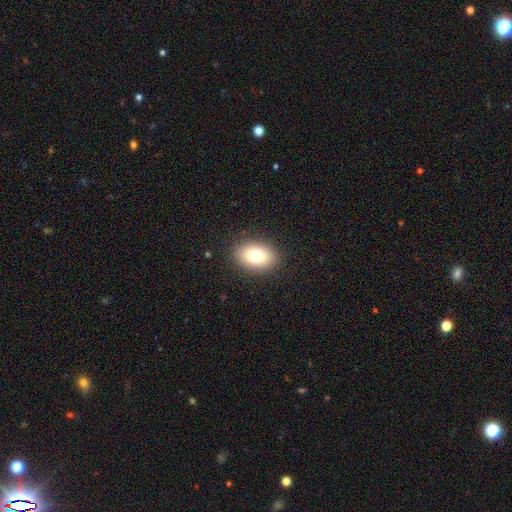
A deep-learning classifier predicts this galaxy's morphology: smooth_or_featured: smooth (p=0.79) [alt: featured or disk p=0.12]
how_rounded: in between (p=0.81) [alt: round p=0.18]
merging: none (p=0.88) [alt: minor disturbance p=0.09]